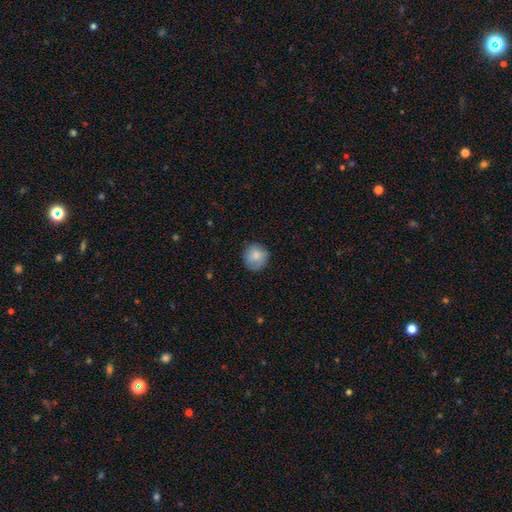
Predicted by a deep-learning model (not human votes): A smooth galaxy with no disk features (81%) that is round (90%).

Vote fractions:
- Smooth or featured? smooth: 81% / featured or disk: 12% / star or artifact: 7%
- How rounded? round: 90% / in between: 9% / cigar-shaped: 1%
- Merging? none: 81% / minor disturbance: 15% / major disturbance: 3% / merger: 1%